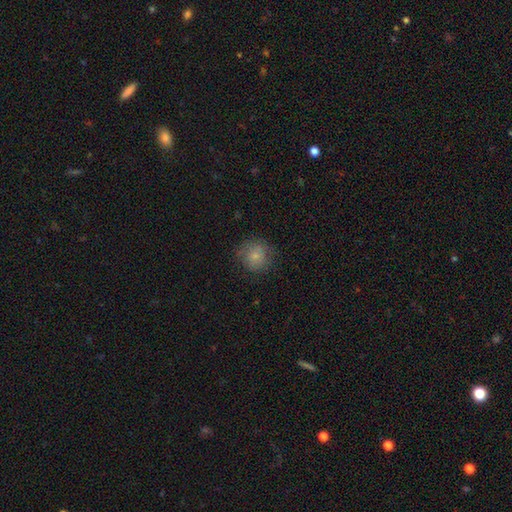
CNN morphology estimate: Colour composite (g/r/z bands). It shows a smooth galaxy with no disk features (80%) that is round (90%). Merging: none (77%).